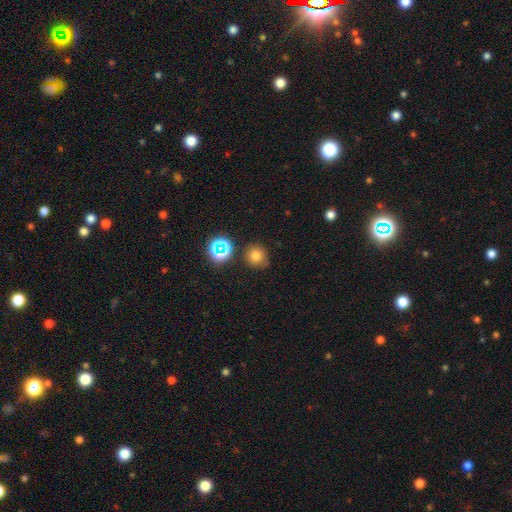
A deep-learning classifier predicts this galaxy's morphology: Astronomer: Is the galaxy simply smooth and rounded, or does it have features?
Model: smooth — 73%.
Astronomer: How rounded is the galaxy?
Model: round — 88%.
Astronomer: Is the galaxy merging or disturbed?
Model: none — 78%.